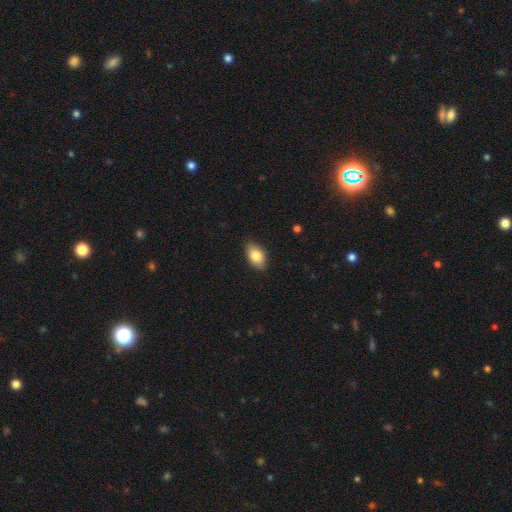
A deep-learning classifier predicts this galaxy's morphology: Smooth or featured? smooth (82%)
How rounded? in between (90%)
Merging? none (85%)